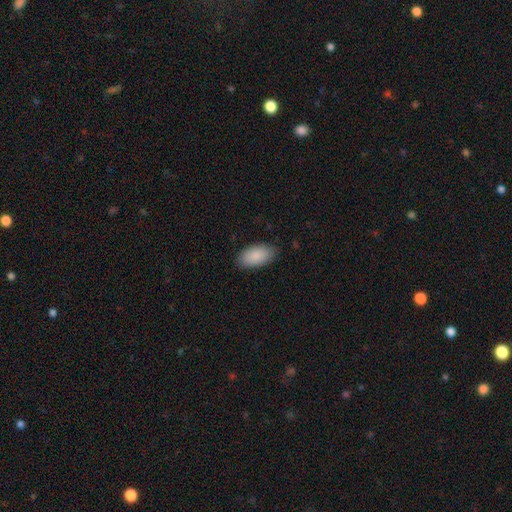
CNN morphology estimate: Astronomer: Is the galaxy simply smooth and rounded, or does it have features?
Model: smooth — 89%.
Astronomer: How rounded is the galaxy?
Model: in between — 95%.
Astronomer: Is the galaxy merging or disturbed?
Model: none — 85%.